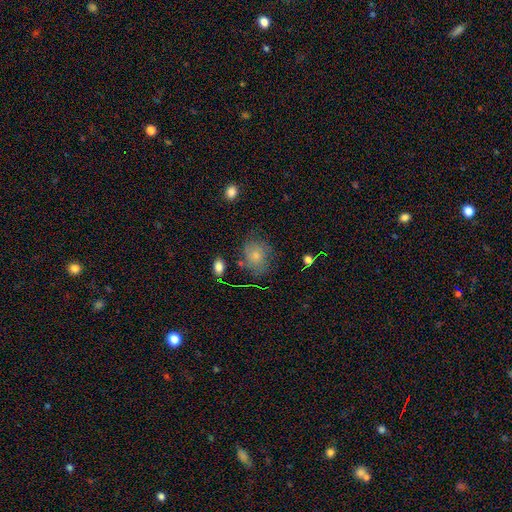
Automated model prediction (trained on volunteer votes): Smooth or featured?
  - smooth: 64% *
  - featured or disk: 25%
  - star or artifact: 11%
How rounded?
  - round: 66% *
  - in between: 33%
  - cigar-shaped: 1%
Merging?
  - none: 61% *
  - minor disturbance: 24%
  - major disturbance: 11%
  - merger: 4%